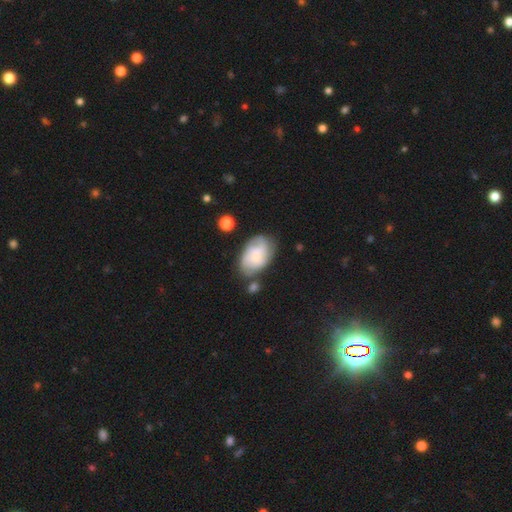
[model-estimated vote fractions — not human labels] Q: Smooth or featured?
A: smooth (48%); runner-up: featured or disk (45%)
Q: Merging?
A: none (59%); runner-up: minor disturbance (24%)